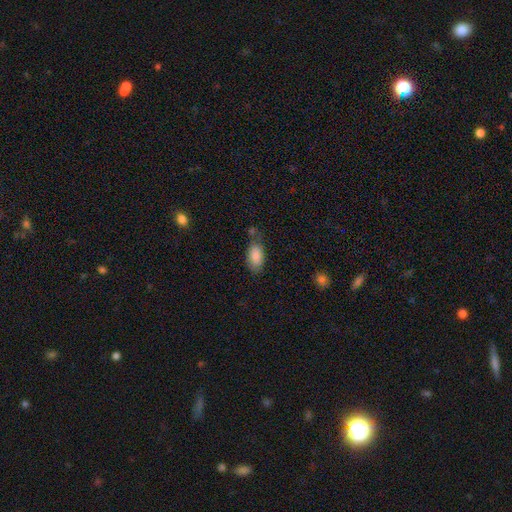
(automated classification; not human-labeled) smooth_or_featured: smooth (p=0.87) [alt: star or artifact p=0.07]
how_rounded: in between (p=0.93) [alt: cigar-shaped p=0.04]
merging: none (p=0.61) [alt: minor disturbance p=0.24]